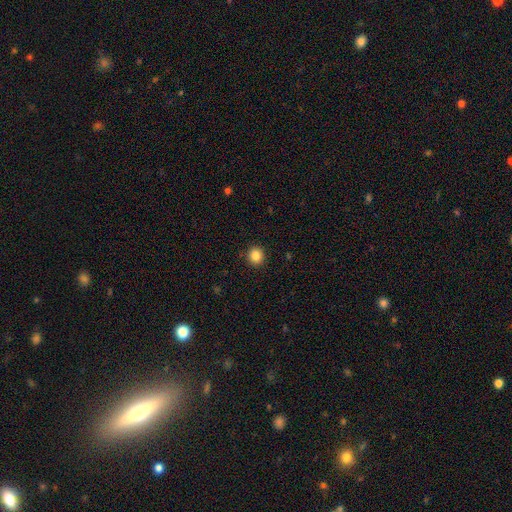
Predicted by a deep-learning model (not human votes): Overall: smooth (85%). How rounded: round (88%). Merging: none (92%).